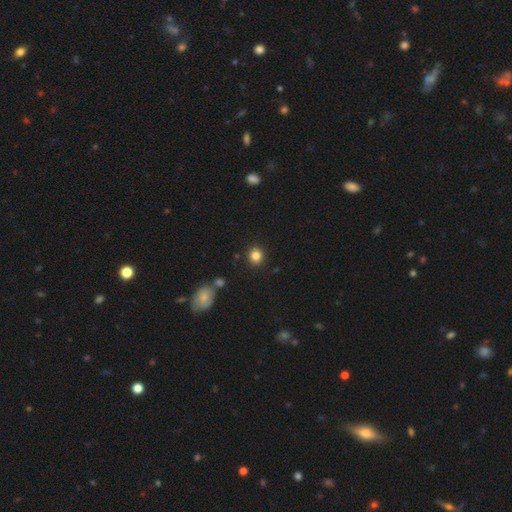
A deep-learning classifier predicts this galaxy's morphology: Smooth or featured: smooth — 84% (star or artifact — 11%)
How rounded: round — 87% (in between — 12%)
Merging: none — 88% (minor disturbance — 7%)